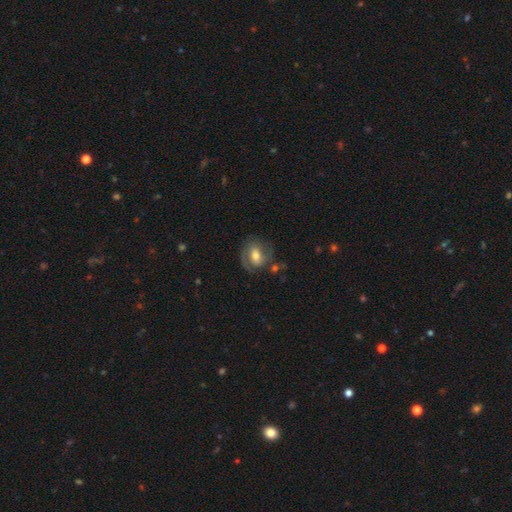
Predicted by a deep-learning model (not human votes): Smooth or featured?
  - featured or disk: 63% *
  - smooth: 29%
  - star or artifact: 7%
Edge-on disk?
  - no: 96% *
  - yes: 4%
Bar?
  - weak: 43% *
  - no: 37%
  - strong: 20%
Spiral arms?
  - yes: 83% *
  - no: 17%
Spiral winding?
  - medium: 46% *
  - tight: 37%
  - loose: 17%
Spiral arm count?
  - 2: 70% *
  - 1: 13%
  - can't tell: 12%
  - 3: 3%
  - 4: 1%
  - more than 4: 1%
Bulge size?
  - moderate: 66% *
  - small: 19%
  - large: 12%
  - none: 2%
  - dominant: 1%
Merging?
  - none: 64% *
  - minor disturbance: 19%
  - major disturbance: 12%
  - merger: 5%